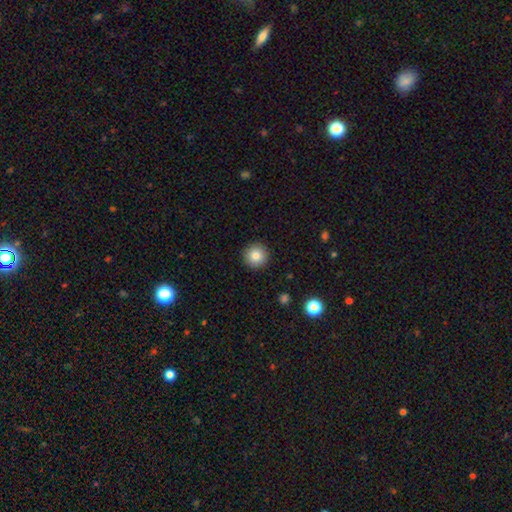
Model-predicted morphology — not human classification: The model was most divided on "smooth or featured": smooth: 84%, star or artifact: 10%, featured or disk: 7%. More confident: how rounded — round (96%); merging — none (92%).